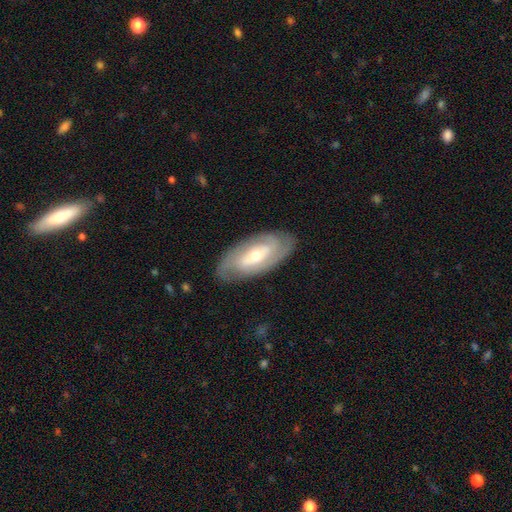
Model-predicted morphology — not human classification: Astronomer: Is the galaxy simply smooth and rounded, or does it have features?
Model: featured or disk — 78%.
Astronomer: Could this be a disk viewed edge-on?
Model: no — 91%.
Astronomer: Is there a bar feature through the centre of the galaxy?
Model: weak — 40% (runner-up: no, 35%).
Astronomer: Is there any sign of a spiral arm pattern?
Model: yes — 88%.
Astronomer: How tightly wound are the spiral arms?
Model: tight — 58%.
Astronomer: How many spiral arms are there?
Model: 2 — 54%.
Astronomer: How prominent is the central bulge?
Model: moderate — 57% (runner-up: small, 38%).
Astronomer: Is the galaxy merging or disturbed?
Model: none — 83%.